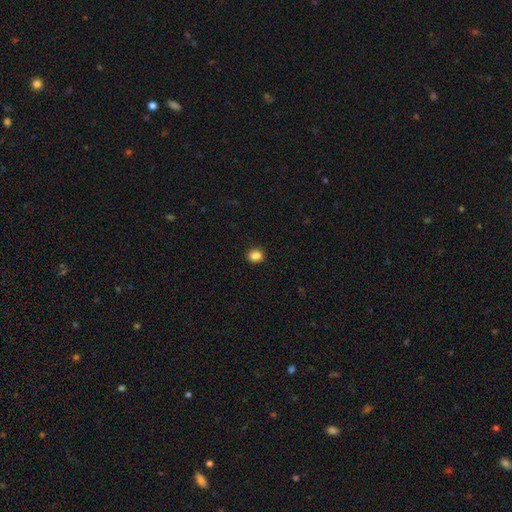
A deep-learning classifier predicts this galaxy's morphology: Smooth or featured: smooth — 86% (star or artifact — 11%)
How rounded: round — 63% (in between — 36%)
Merging: none — 87% (minor disturbance — 9%)